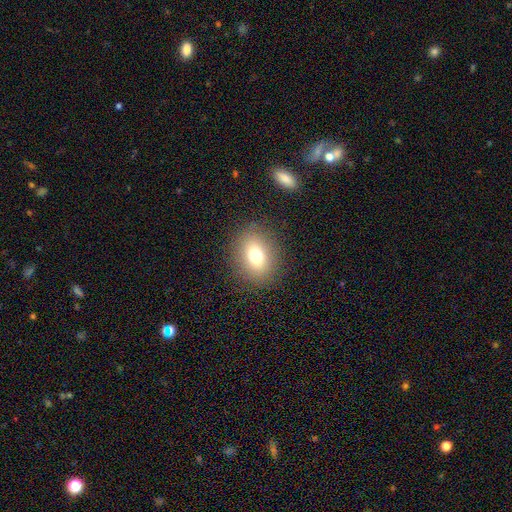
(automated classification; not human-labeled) Morphology: type=smooth (72%); roundness=in between (56%); merging=none (86%).